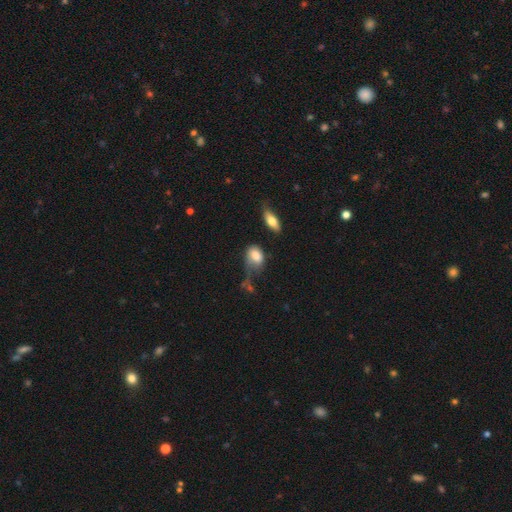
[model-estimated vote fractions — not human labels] Smooth or featured? smooth (78%)
How rounded? in between (80%)
Merging? major disturbance (36%)